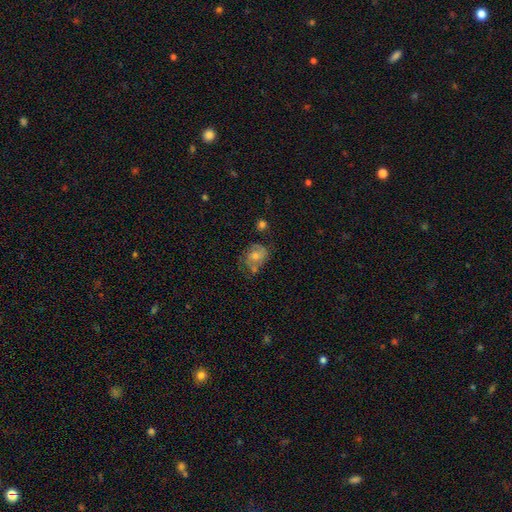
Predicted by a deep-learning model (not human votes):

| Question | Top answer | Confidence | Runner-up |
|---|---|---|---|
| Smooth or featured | featured or disk | 49% | smooth (35%) |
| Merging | none | 57% | minor disturbance (23%) |